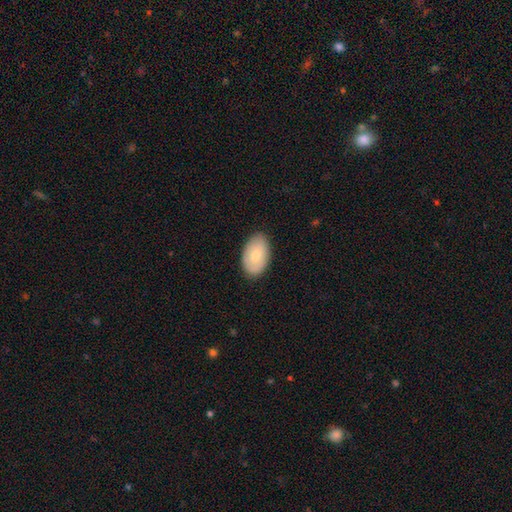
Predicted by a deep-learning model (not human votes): Smooth or featured? Predicted: smooth (p=0.72). How rounded? Predicted: in between (p=0.91). Merging? Predicted: none (p=0.83).